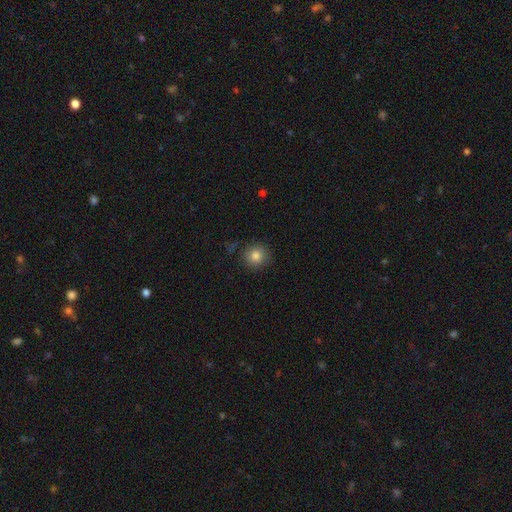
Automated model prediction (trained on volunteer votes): A smooth galaxy with no disk features (83%) that is round (91%).

Vote fractions:
- Smooth or featured? smooth: 83% / star or artifact: 11% / featured or disk: 7%
- How rounded? round: 91% / in between: 8% / cigar-shaped: 1%
- Merging? none: 87% / minor disturbance: 9% / major disturbance: 2% / merger: 2%